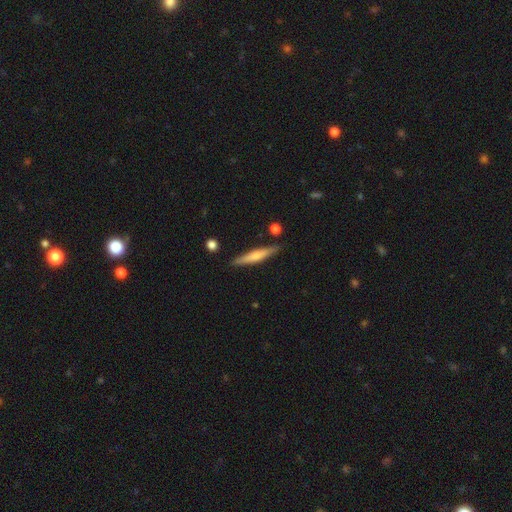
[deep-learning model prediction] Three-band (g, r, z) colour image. It shows a smooth galaxy with no disk features (50%). Merging: none (87%).